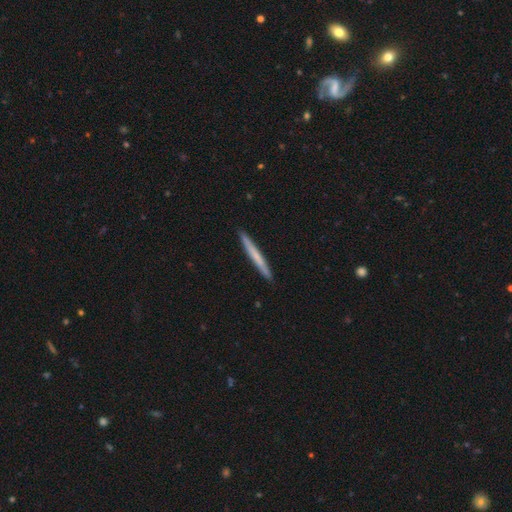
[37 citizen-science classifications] Q: Smooth or featured?
A: smooth (57%); runner-up: featured or disk (43%)
Q: How rounded?
A: cigar-shaped (95%); runner-up: in between (5%)
Q: Merging?
A: none (92%); runner-up: minor disturbance (5%)